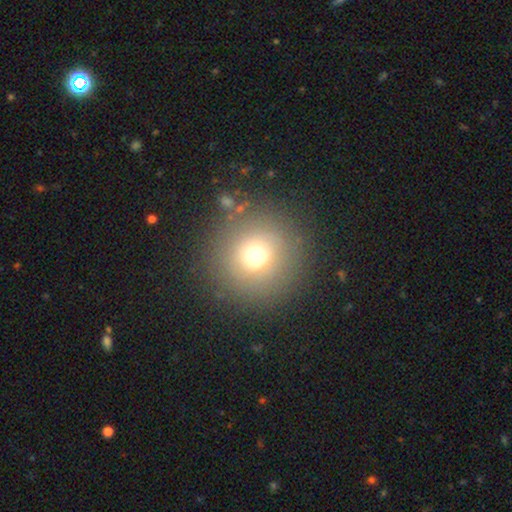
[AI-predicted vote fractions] smooth_or_featured: smooth (p=0.70) [alt: star or artifact p=0.16]
how_rounded: round (p=0.95) [alt: in between p=0.04]
merging: none (p=0.86) [alt: minor disturbance p=0.07]